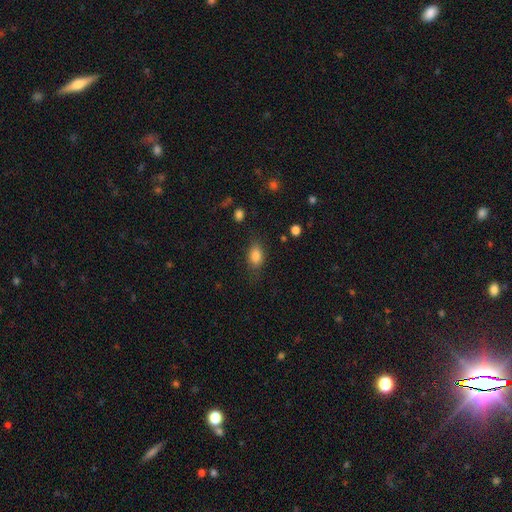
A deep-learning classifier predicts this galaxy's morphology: A smooth galaxy with no disk features (85%) that is in between round and cigar-shaped (82%).

Vote fractions:
- Smooth or featured? smooth: 85% / star or artifact: 9% / featured or disk: 6%
- How rounded? in between: 82% / round: 16% / cigar-shaped: 3%
- Merging? none: 76% / minor disturbance: 16% / major disturbance: 6% / merger: 2%